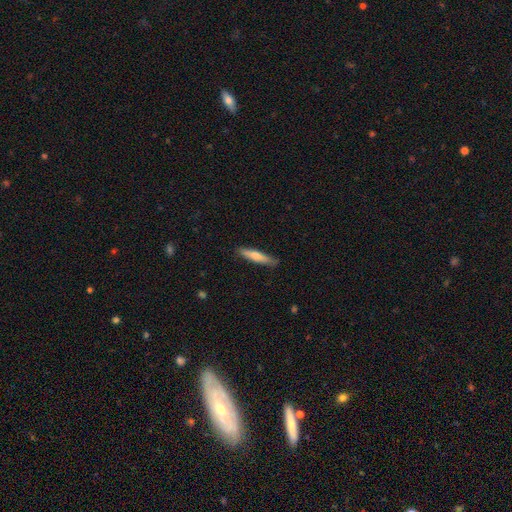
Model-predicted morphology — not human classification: The model was most divided on "smooth or featured": smooth: 68%, featured or disk: 27%, star or artifact: 5%. More confident: how rounded — cigar-shaped (87%); merging — none (86%).